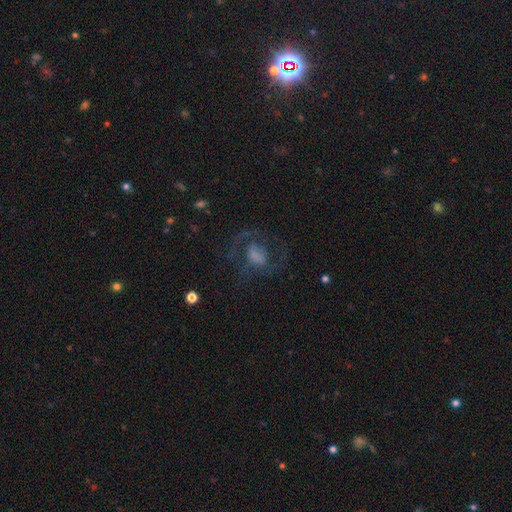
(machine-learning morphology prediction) Smooth or featured?
  - featured or disk: 64% *
  - smooth: 22%
  - star or artifact: 14%
Edge-on disk?
  - no: 97% *
  - yes: 3%
Bar?
  - no: 52% *
  - weak: 35%
  - strong: 12%
Spiral arms?
  - yes: 75% *
  - no: 25%
Bulge size?
  - none: 28% *
  - moderate: 27%
  - large: 23%
  - small: 18%
  - dominant: 4%
Merging?
  - none: 61% *
  - major disturbance: 22%
  - minor disturbance: 15%
  - merger: 2%